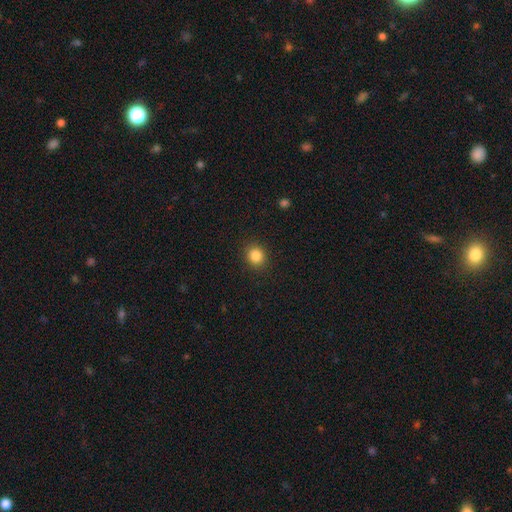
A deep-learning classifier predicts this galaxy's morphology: smooth-or-featured: smooth: 86% | star or artifact: 10% | featured or disk: 4%
  how-rounded: round: 76% | in between: 23% | cigar-shaped: 1%
  merging: none: 90% | minor disturbance: 7% | major disturbance: 2% | merger: 1%